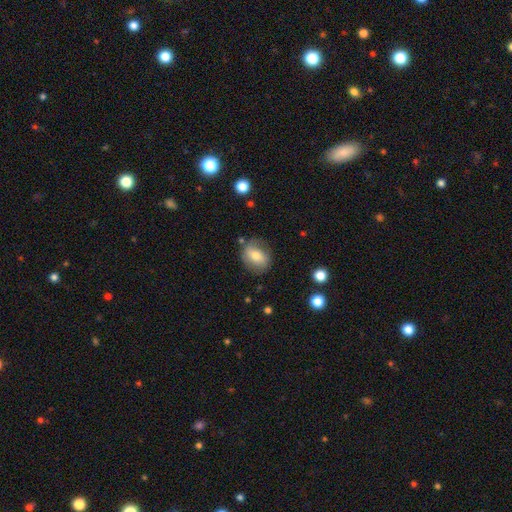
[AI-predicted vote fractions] Q: Smooth or featured?
A: smooth (62%); runner-up: featured or disk (29%)
Q: How rounded?
A: in between (52%); runner-up: round (46%)
Q: Merging?
A: none (71%); runner-up: minor disturbance (20%)